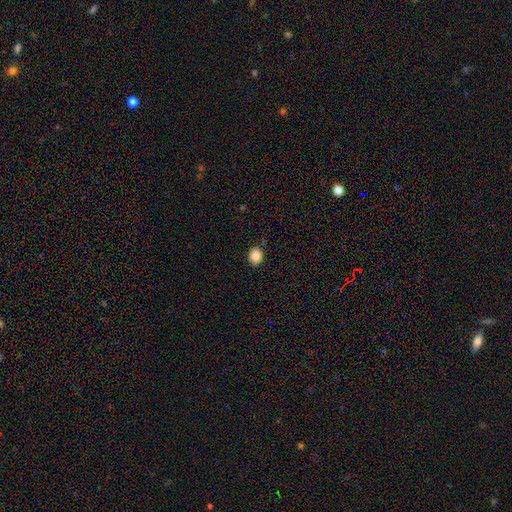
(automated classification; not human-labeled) A smooth galaxy with no disk features (88%) that is round (59%).

Vote fractions:
- Smooth or featured? smooth: 88% / star or artifact: 10% / featured or disk: 3%
- How rounded? round: 59% / in between: 40% / cigar-shaped: 1%
- Merging? none: 85% / minor disturbance: 10% / major disturbance: 2% / merger: 2%